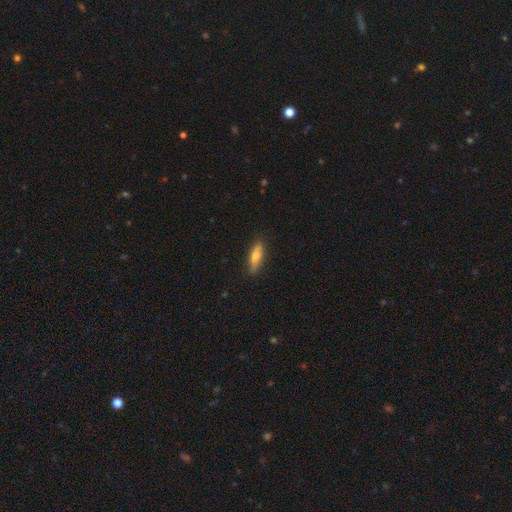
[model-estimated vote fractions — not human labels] smooth 68%, featured or disk 26%, star or artifact 6%. Down the decision tree: how rounded — cigar-shaped (59%); merging — none (87%).